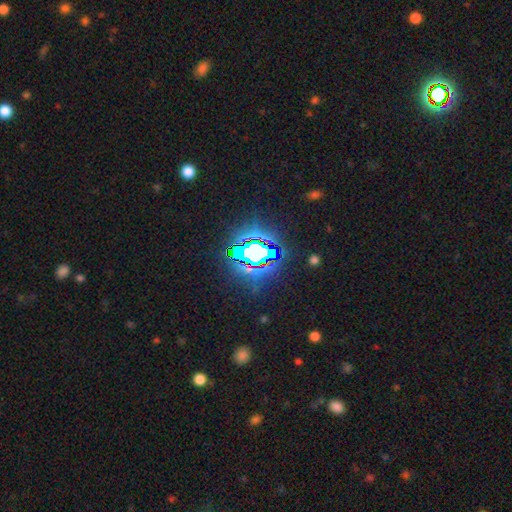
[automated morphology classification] The model was most divided on "smooth or featured": star or artifact: 73%, smooth: 15%, featured or disk: 11%.